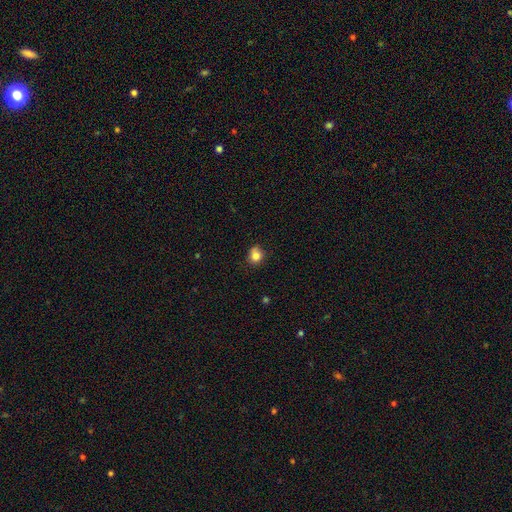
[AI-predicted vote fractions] This is clearly a smooth galaxy (82%). How rounded: likely round (74%). Merging: likely none (72%).